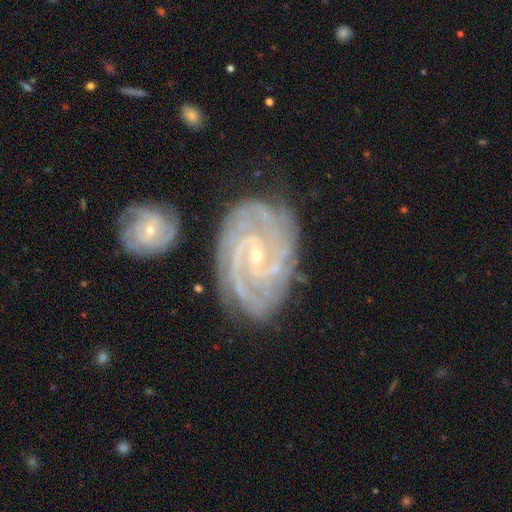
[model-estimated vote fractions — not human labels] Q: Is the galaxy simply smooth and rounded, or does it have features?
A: featured or disk — 91%.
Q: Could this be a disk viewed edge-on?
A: no — 97%.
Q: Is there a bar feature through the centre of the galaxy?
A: no — 46%.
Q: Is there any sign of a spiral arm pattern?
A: yes — 98%.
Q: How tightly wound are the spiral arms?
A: tight — 73%.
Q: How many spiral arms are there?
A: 3 — 24%, tied with 2.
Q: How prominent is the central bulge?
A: small — 80%.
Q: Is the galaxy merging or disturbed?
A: none — 74%.